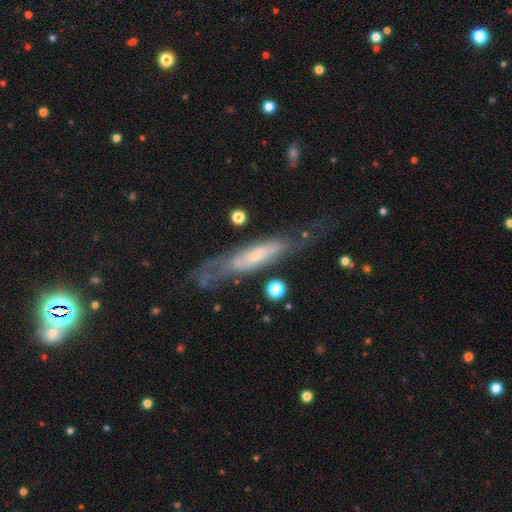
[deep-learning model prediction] smooth_or_featured: featured or disk (p=0.67) [alt: smooth p=0.26]
disk_edge_on: no (p=0.54) [alt: yes p=0.46]
merging: none (p=0.57) [alt: minor disturbance p=0.22]